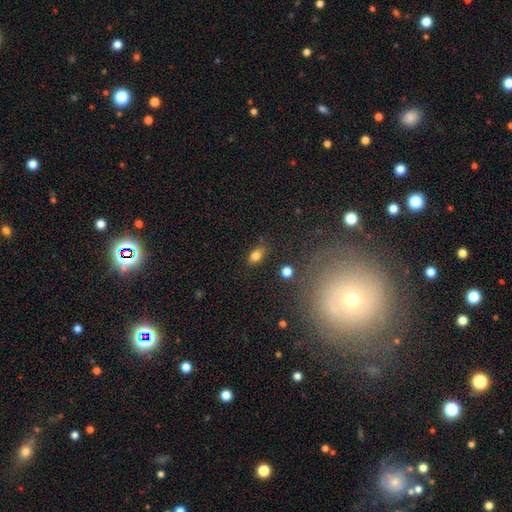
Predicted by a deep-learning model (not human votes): This appears to be a smooth galaxy with no disk features (80%) that is in between round and cigar-shaped (83%). Merging: none (79%).